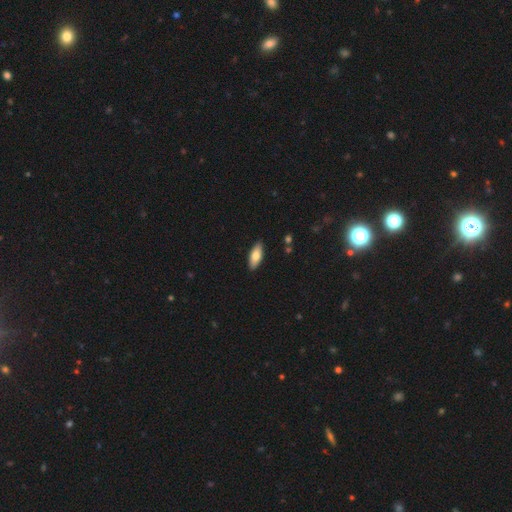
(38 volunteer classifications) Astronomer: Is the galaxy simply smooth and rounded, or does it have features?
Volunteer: smooth — 66%.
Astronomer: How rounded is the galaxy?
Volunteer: in between — 68%.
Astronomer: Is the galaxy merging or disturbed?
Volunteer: none — 80%.